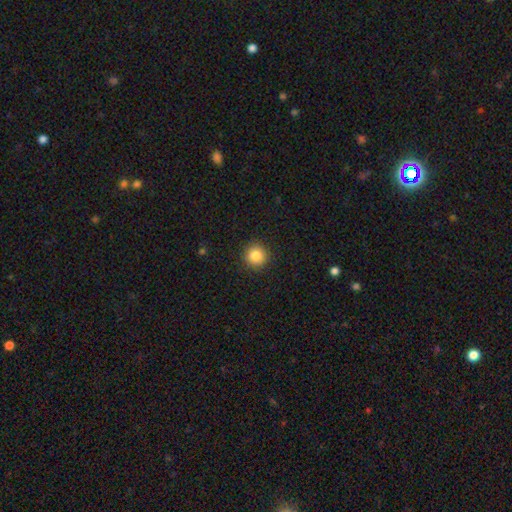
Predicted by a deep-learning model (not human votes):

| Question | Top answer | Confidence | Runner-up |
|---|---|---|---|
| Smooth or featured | smooth | 84% | star or artifact (10%) |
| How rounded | round | 94% | in between (5%) |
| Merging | none | 92% | minor disturbance (5%) |